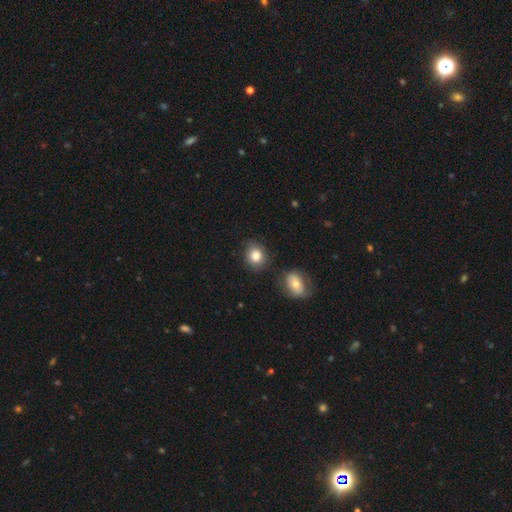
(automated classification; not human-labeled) smooth_or_featured: smooth (p=0.83) [alt: star or artifact p=0.09]
how_rounded: round (p=0.73) [alt: in between p=0.26]
merging: none (p=0.76) [alt: minor disturbance p=0.15]